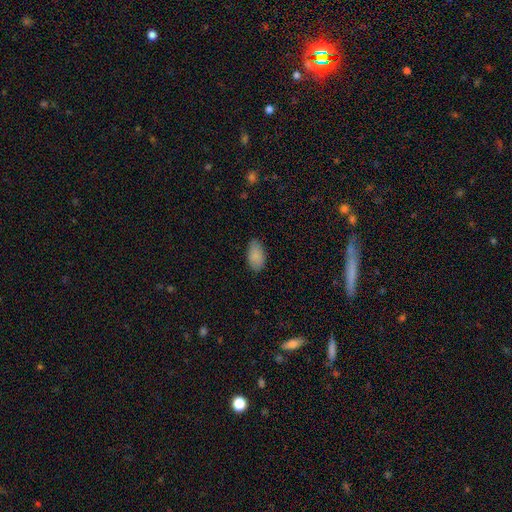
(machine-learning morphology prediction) Smooth or featured? Predicted: smooth (p=0.88). How rounded? Predicted: in between (p=0.94). Merging? Predicted: none (p=0.79).